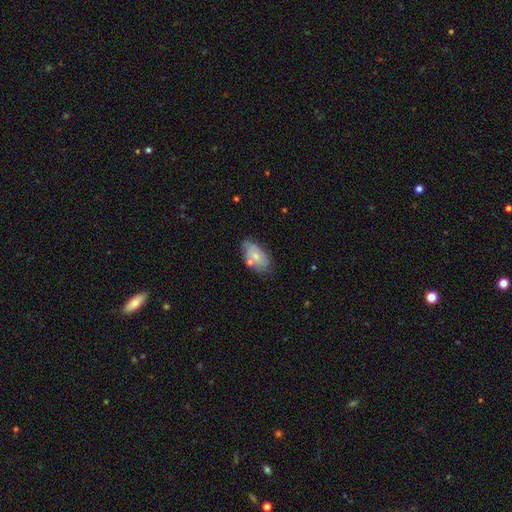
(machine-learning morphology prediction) A smooth galaxy with no disk features (64%) that is in between round and cigar-shaped (92%). Merging: none (57%).